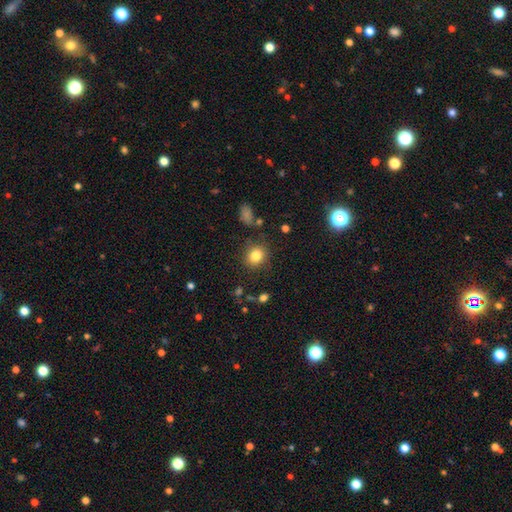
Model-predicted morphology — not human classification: Smooth or featured? Predicted: smooth (p=0.83). How rounded? Predicted: round (p=0.71). Merging? Predicted: none (p=0.85).